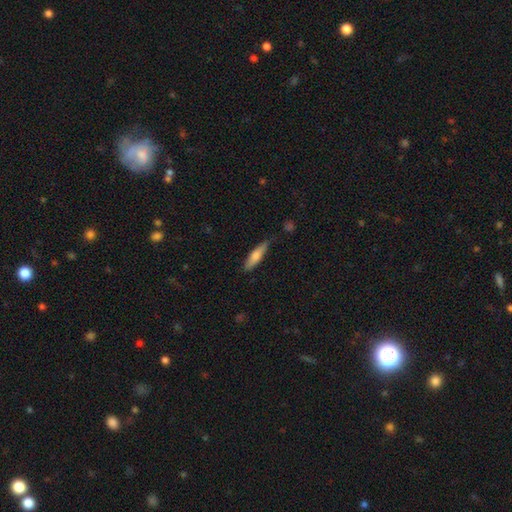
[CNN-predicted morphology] Smooth or featured? smooth (67%)
How rounded? cigar-shaped (75%)
Merging? none (76%)